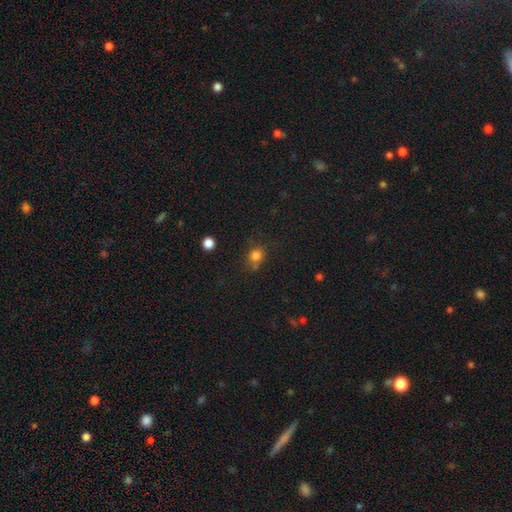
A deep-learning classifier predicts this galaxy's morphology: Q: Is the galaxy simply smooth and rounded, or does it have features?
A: smooth — 81%.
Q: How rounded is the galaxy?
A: round — 74%.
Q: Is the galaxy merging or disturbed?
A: none — 63%.